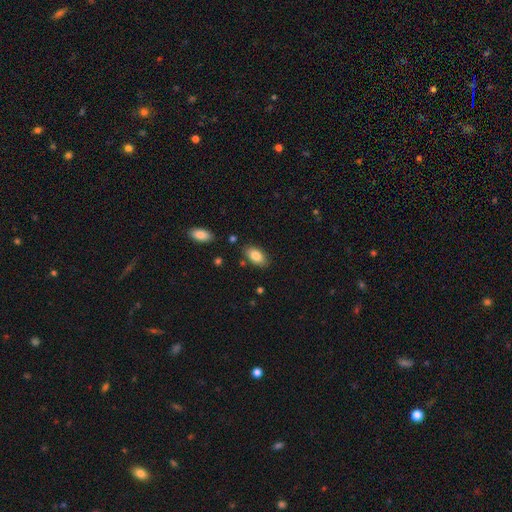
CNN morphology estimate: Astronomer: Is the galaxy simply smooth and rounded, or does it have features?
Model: smooth — 85%.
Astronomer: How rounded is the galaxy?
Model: in between — 92%.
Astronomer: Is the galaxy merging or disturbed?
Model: none — 82%.